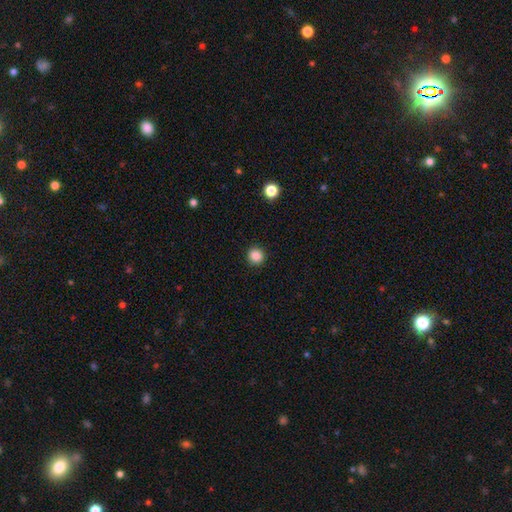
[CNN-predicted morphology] Smooth or featured? smooth (87%)
How rounded? round (93%)
Merging? none (92%)